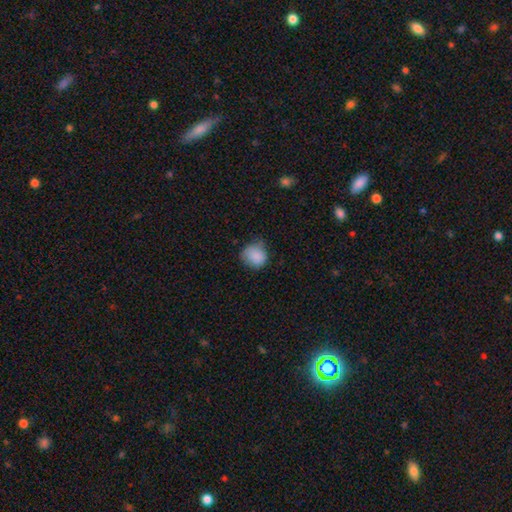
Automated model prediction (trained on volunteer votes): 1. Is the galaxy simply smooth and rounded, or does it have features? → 87% smooth, 8% star or artifact, 5% featured or disk.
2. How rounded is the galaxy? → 80% round, 19% in between, 1% cigar-shaped.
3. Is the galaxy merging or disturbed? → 60% none, 31% minor disturbance, 7% major disturbance, 2% merger.